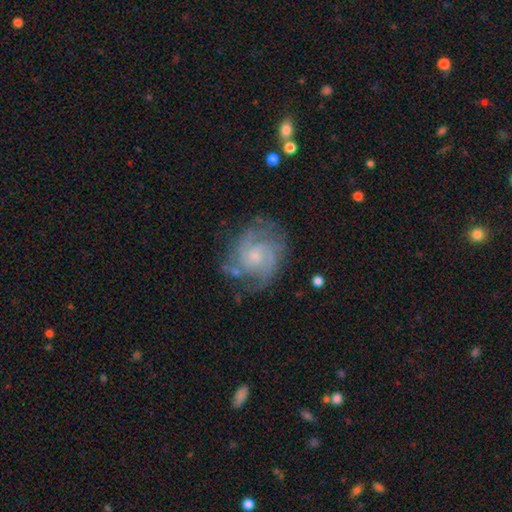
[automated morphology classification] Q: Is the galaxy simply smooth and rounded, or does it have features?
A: featured or disk — 84%.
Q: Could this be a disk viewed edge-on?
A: no — 98%.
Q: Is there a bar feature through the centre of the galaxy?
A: no — 71%.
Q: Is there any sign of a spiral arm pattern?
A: yes — 96%.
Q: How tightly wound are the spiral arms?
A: tight — 51%.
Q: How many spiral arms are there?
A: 3 — 29%.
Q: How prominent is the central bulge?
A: small — 69%.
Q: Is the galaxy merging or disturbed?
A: none — 68%.